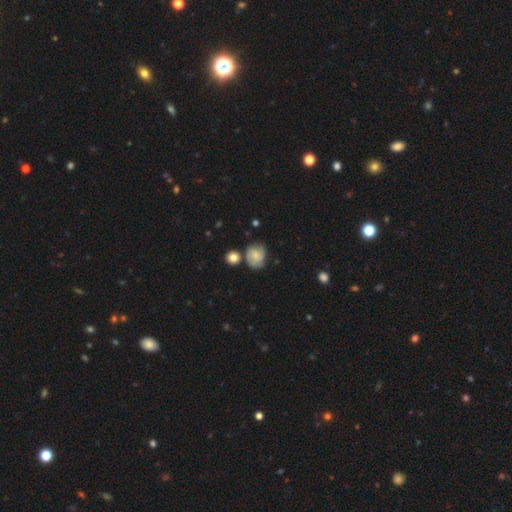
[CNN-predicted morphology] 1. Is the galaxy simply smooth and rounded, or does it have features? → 52% smooth, 40% featured or disk, 8% star or artifact.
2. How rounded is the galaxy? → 56% round, 43% in between, 1% cigar-shaped.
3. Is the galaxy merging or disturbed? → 58% none, 24% minor disturbance, 10% merger, 8% major disturbance.